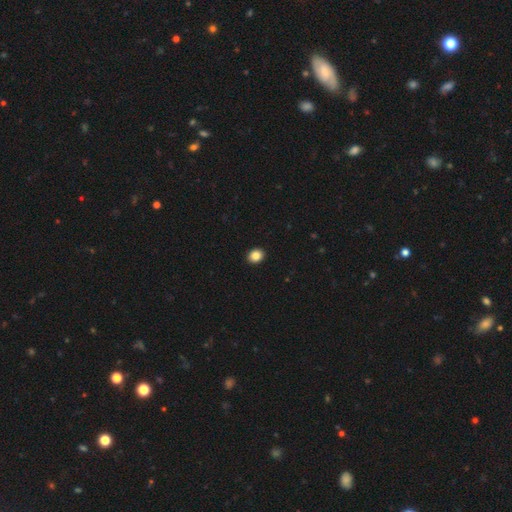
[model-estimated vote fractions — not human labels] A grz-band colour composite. It shows a smooth galaxy with no disk features (86%) that is round (66%). Merging: none (93%).